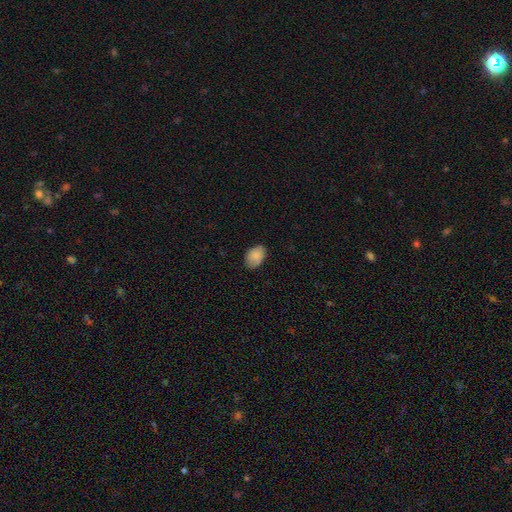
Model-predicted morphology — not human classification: A smooth galaxy with no disk features (86%) that is in between round and cigar-shaped (84%).

Vote fractions:
- Smooth or featured? smooth: 86% / star or artifact: 7% / featured or disk: 7%
- How rounded? in between: 84% / round: 15% / cigar-shaped: 1%
- Merging? none: 79% / minor disturbance: 17% / major disturbance: 3% / merger: 1%